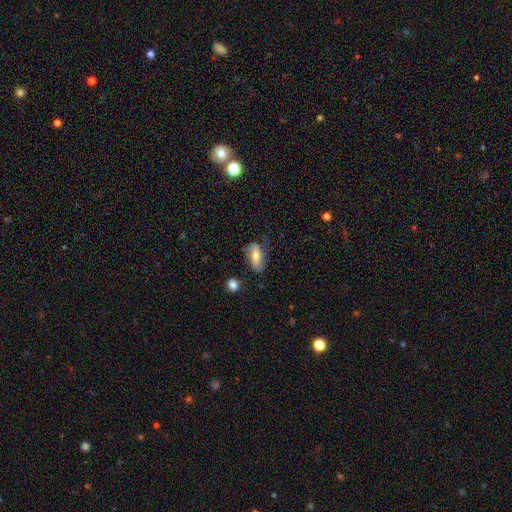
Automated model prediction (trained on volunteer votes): Smooth or featured? Predicted: featured or disk (p=0.48). Merging? Predicted: none (p=0.63).